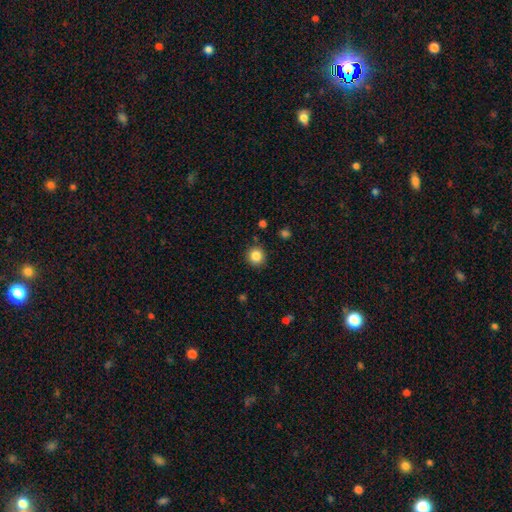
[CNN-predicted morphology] Smooth or featured: smooth — 84% (star or artifact — 11%)
How rounded: round — 91% (in between — 8%)
Merging: none — 89% (minor disturbance — 7%)